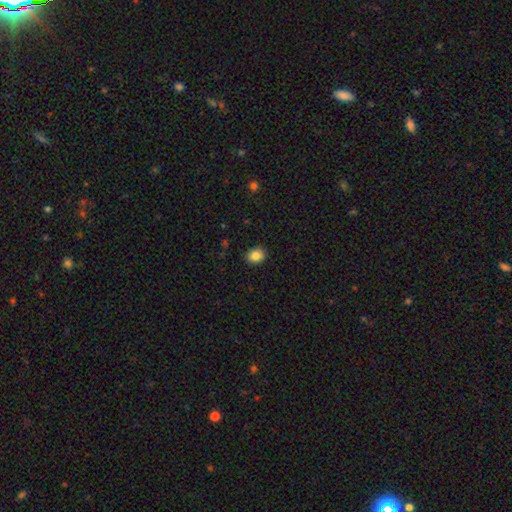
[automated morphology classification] This is clearly a smooth galaxy (86%). How rounded: possibly in between (50%). Merging: clearly none (89%).